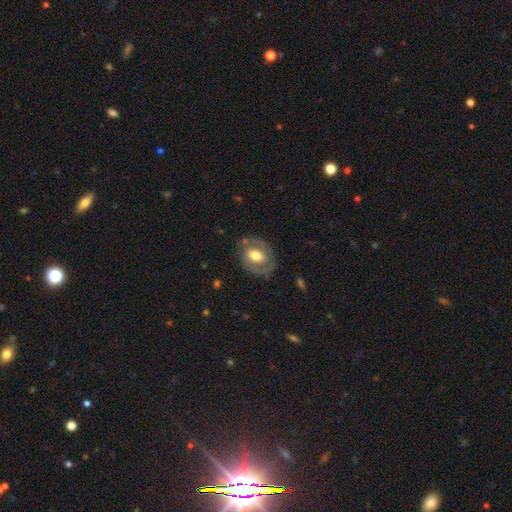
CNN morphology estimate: type=featured or disk (55%); edge-on=no (94%); bar=no (53%); spiral arms=yes (51%); bulge=moderate (56%); merging=none (68%).